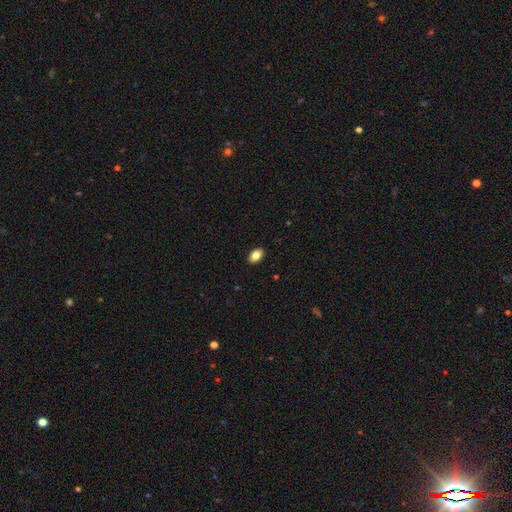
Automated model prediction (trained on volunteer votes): Smooth or featured? Predicted: smooth (p=0.86). How rounded? Predicted: in between (p=0.87). Merging? Predicted: none (p=0.90).